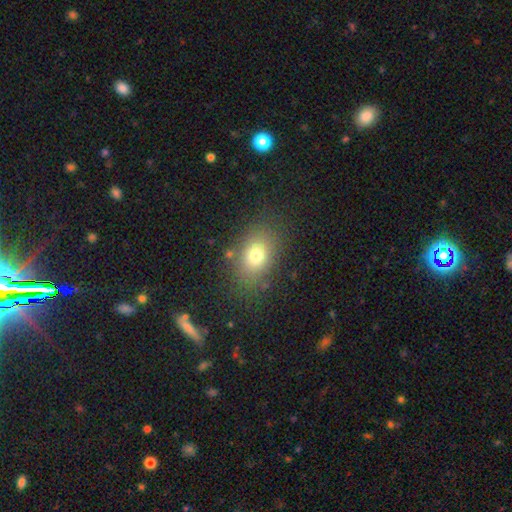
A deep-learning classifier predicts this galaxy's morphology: This appears to be a smooth galaxy with no disk features (75%) that is in between round and cigar-shaped (70%). Merging: none (79%).